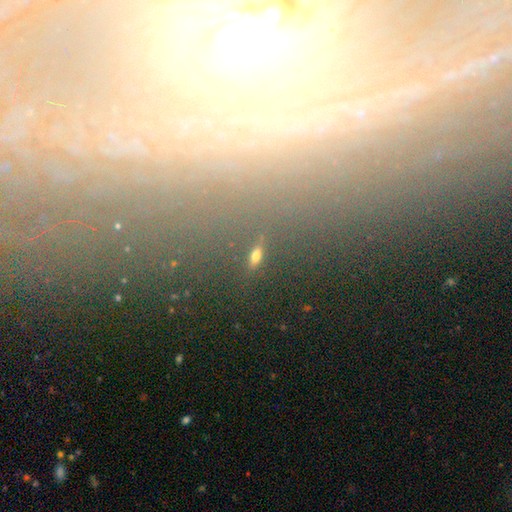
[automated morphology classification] smooth 56%, star or artifact 25%, featured or disk 19%. Down the decision tree: how rounded — in between (62%); merging — none (82%).